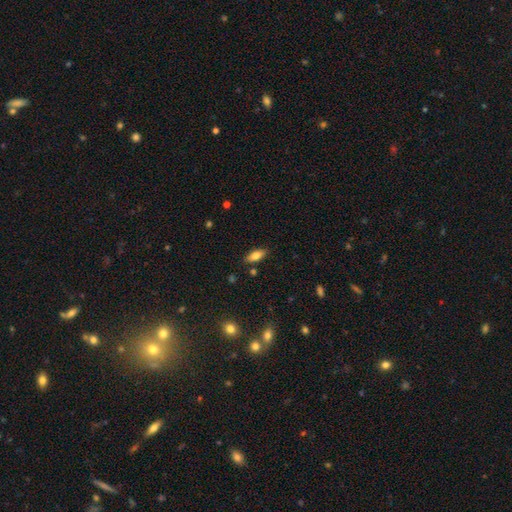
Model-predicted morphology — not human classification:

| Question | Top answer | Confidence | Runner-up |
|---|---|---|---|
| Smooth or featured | smooth | 75% | featured or disk (17%) |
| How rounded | in between | 79% | cigar-shaped (18%) |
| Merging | none | 85% | minor disturbance (10%) |